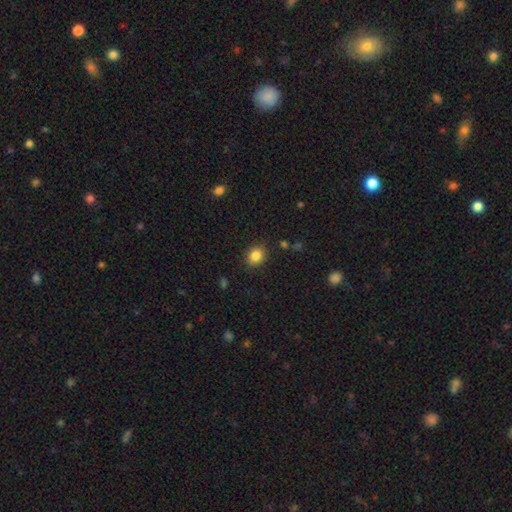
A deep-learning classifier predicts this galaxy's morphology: Smooth or featured? Predicted: smooth (p=0.85). How rounded? Predicted: round (p=0.62). Merging? Predicted: none (p=0.87).